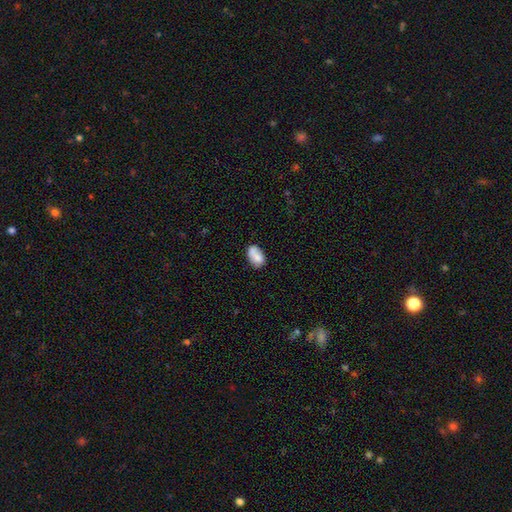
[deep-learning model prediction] Morphology: type=smooth (75%); roundness=in between (84%); merging=none (44%).